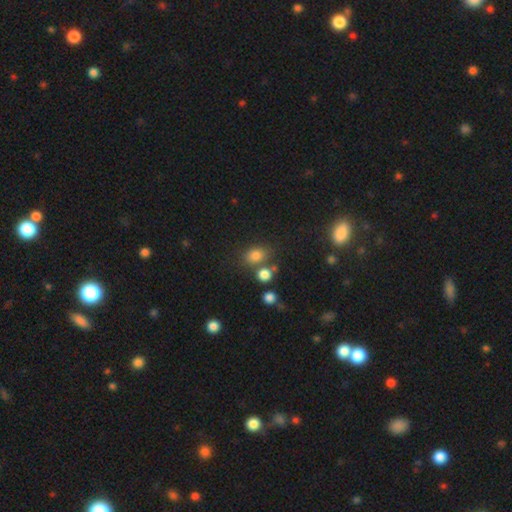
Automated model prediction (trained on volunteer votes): Q: Smooth or featured?
A: smooth (78%); runner-up: star or artifact (14%)
Q: How rounded?
A: in between (59%); runner-up: round (40%)
Q: Merging?
A: none (62%); runner-up: merger (18%)